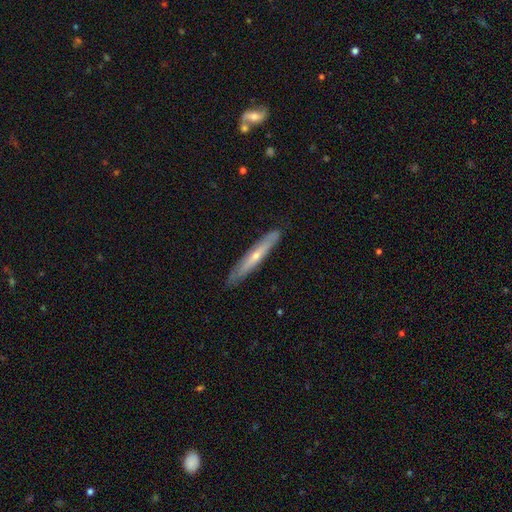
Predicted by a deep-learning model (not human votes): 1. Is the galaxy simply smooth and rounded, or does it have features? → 55% featured or disk, 39% smooth, 6% star or artifact.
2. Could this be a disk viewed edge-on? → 84% yes, 16% no.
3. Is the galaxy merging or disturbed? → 85% none, 12% minor disturbance, 2% major disturbance, 1% merger.